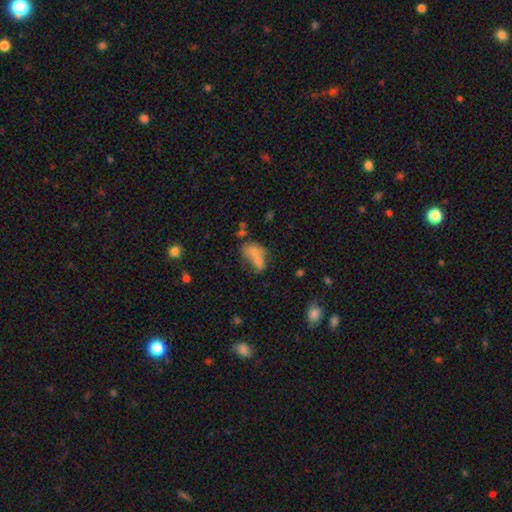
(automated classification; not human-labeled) This is likely a smooth galaxy (64%). How rounded: likely in between (77%). Merging: possibly merger (49%).